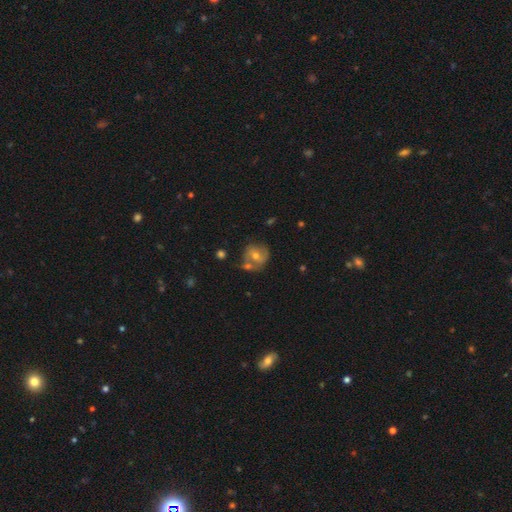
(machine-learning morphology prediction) smooth_or_featured: featured or disk (p=0.49) [alt: smooth p=0.40]
merging: none (p=0.59) [alt: merger p=0.19]